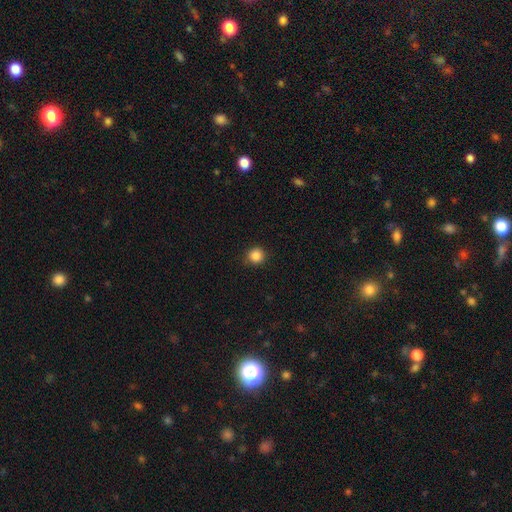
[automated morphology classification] smooth 86%, star or artifact 11%, featured or disk 3%. Down the decision tree: how rounded — round (94%); merging — none (89%).